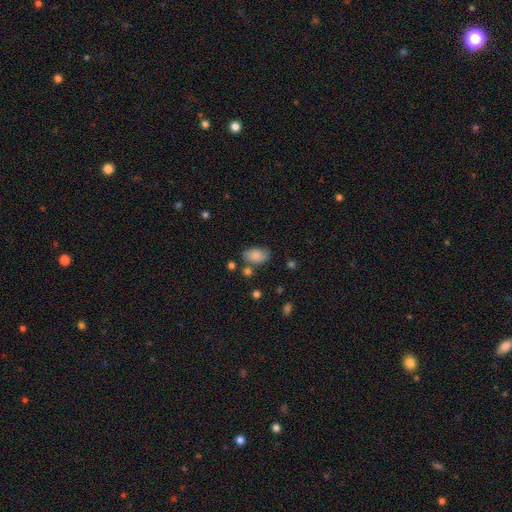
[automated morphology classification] type=smooth (83%); roundness=in between (89%); merging=none (65%).